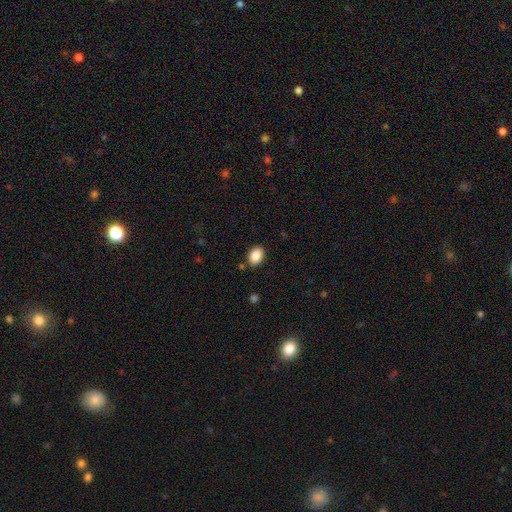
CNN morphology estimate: Q: Smooth or featured?
A: smooth (88%); runner-up: star or artifact (8%)
Q: How rounded?
A: in between (78%); runner-up: round (21%)
Q: Merging?
A: none (86%); runner-up: minor disturbance (9%)